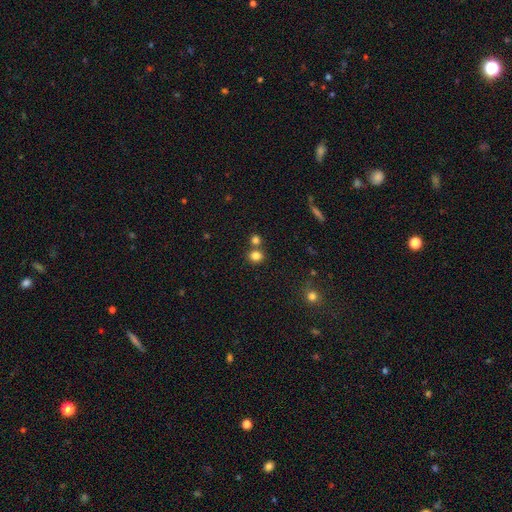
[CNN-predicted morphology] Smooth or featured? Predicted: smooth (p=0.81). How rounded? Predicted: round (p=0.74). Merging? Predicted: none (p=0.66).